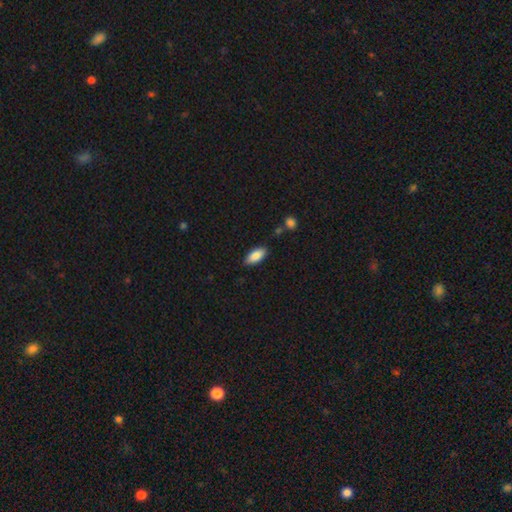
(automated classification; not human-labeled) Smooth or featured? Predicted: smooth (p=0.87). How rounded? Predicted: in between (p=0.89). Merging? Predicted: none (p=0.85).